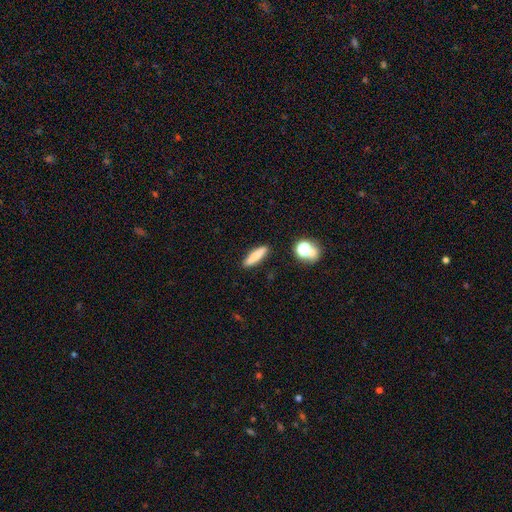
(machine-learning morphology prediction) A smooth galaxy with no disk features (76%) that is cigar-shaped (78%). Merging: none (89%).